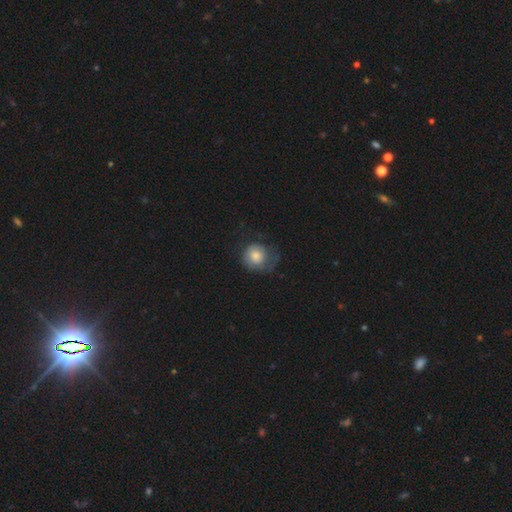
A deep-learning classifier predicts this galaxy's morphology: smooth_or_featured: smooth (p=0.69) [alt: featured or disk p=0.23]
how_rounded: round (p=0.82) [alt: in between p=0.17]
merging: none (p=0.50) [alt: minor disturbance p=0.25]